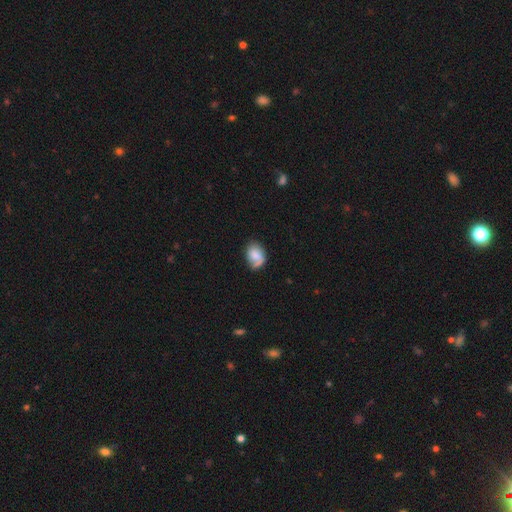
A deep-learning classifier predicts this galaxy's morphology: Q: Smooth or featured?
A: smooth (61%); runner-up: featured or disk (31%)
Q: How rounded?
A: in between (73%); runner-up: round (26%)
Q: Merging?
A: none (55%); runner-up: minor disturbance (28%)